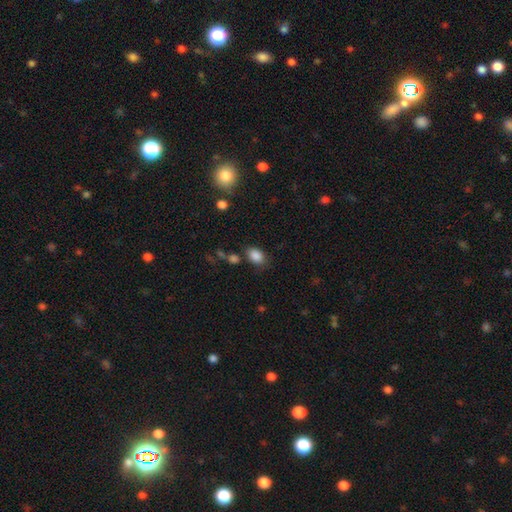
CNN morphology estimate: Smooth or featured?
  - smooth: 86% *
  - star or artifact: 10%
  - featured or disk: 4%
How rounded?
  - in between: 78% *
  - round: 21%
  - cigar-shaped: 1%
Merging?
  - none: 74% *
  - minor disturbance: 15%
  - merger: 6%
  - major disturbance: 5%